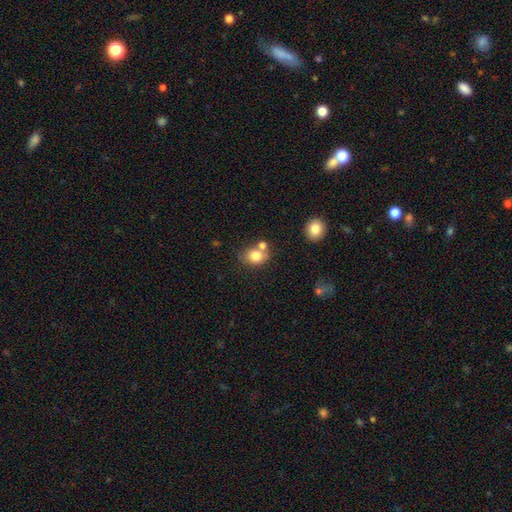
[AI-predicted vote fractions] This appears to be a smooth galaxy with no disk features (79%) that is round (54%). Merging: none (55%).